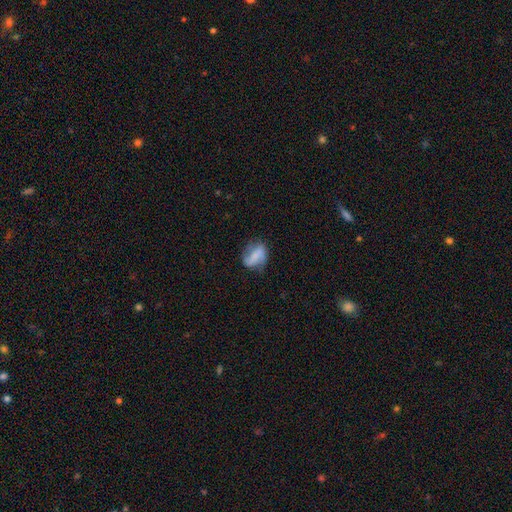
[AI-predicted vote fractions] A smooth galaxy with no disk features (49%). Merging: none (56%).